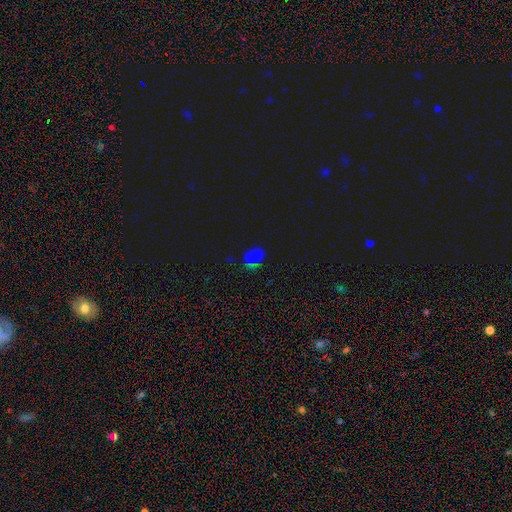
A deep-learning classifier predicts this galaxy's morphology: The model was most divided on "smooth or featured": smooth: 49%, star or artifact: 42%, featured or disk: 9%. More confident: merging — none (65%).